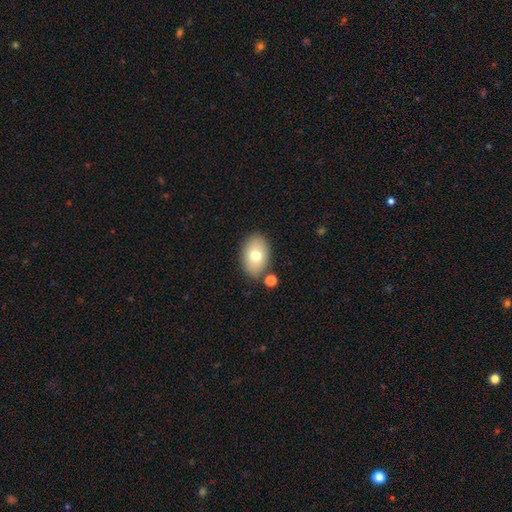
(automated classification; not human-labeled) smooth-or-featured: smooth: 74% | featured or disk: 18% | star or artifact: 8%
  how-rounded: in between: 88% | round: 11% | cigar-shaped: 1%
  merging: none: 80% | minor disturbance: 11% | merger: 6% | major disturbance: 3%